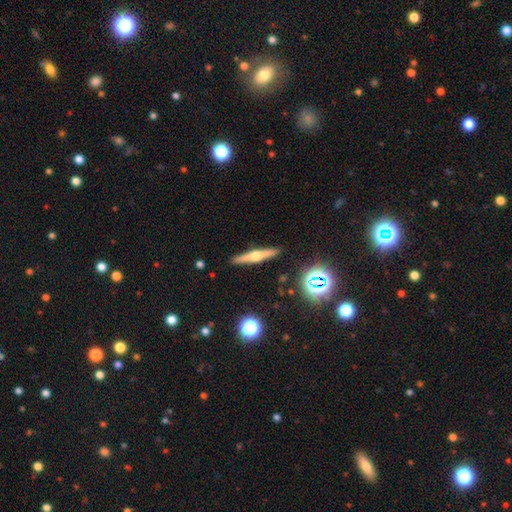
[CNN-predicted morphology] The model was most divided on "smooth or featured": featured or disk: 65%, smooth: 27%, star or artifact: 8%. More confident: edge-on disk — yes (97%); edge-on bulge — rounded (92%); merging — none (91%).